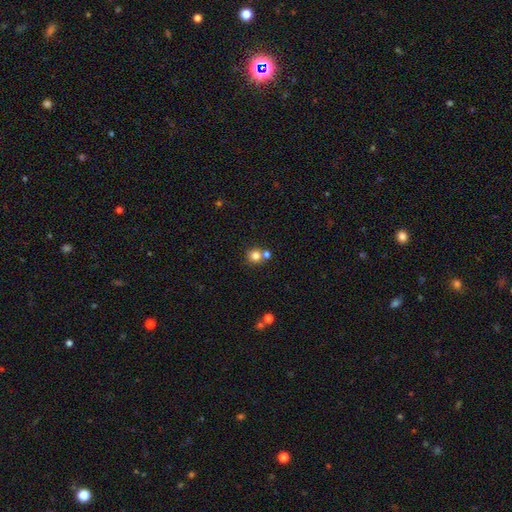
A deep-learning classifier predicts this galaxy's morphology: Q: Smooth or featured?
A: smooth (80%); runner-up: star or artifact (12%)
Q: How rounded?
A: round (90%); runner-up: in between (9%)
Q: Merging?
A: none (61%); runner-up: merger (28%)